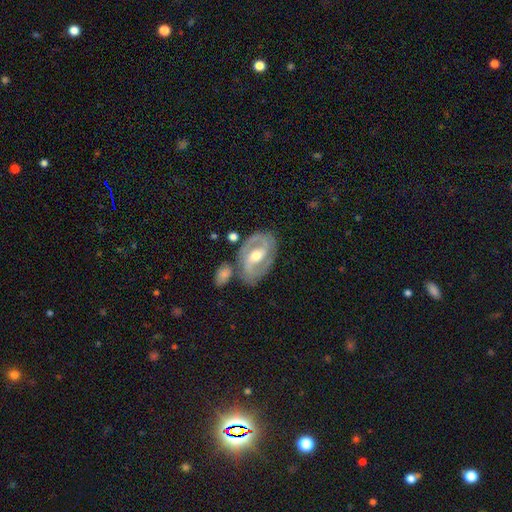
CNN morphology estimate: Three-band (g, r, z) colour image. It shows a featured or disk galaxy (85%) with a strong bar (42%), 2 (84%) tight (45%) spiral arms (90%) and a moderate central bulge (72%). Merging: none (67%).